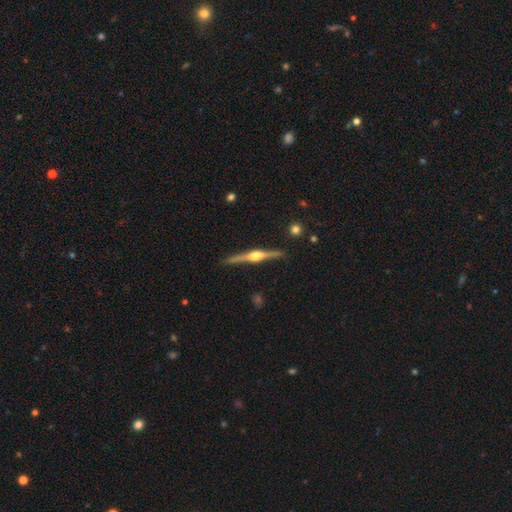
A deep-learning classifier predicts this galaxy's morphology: Q: Smooth or featured?
A: featured or disk (84%); runner-up: smooth (11%)
Q: Edge-on disk?
A: yes (98%); runner-up: no (2%)
Q: Edge-on bulge?
A: rounded (93%); runner-up: boxy (5%)
Q: Merging?
A: none (89%); runner-up: minor disturbance (8%)